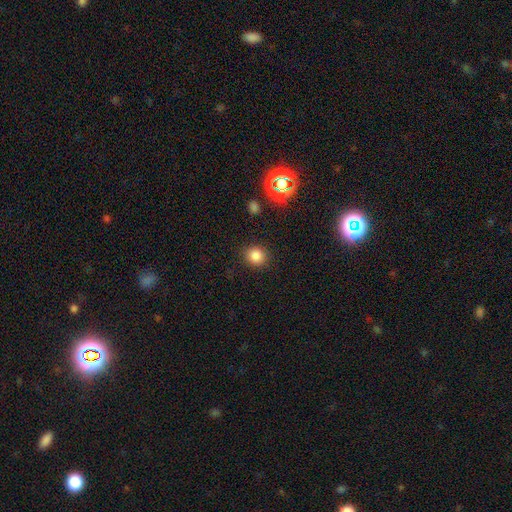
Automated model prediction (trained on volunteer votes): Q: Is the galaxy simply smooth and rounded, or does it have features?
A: smooth — 82%.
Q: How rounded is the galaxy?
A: round — 84%.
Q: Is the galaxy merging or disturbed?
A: none — 88%.